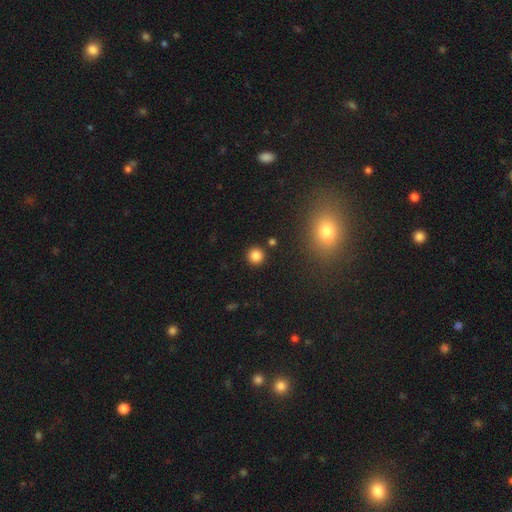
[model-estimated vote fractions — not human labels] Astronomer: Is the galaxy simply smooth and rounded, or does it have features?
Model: smooth — 84%.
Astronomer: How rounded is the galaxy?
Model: round — 94%.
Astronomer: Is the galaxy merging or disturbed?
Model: none — 90%.